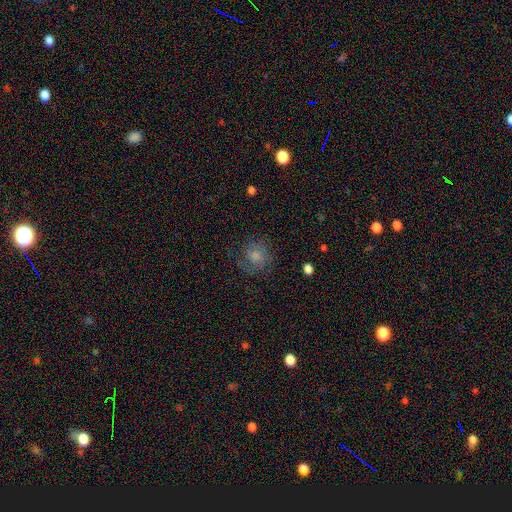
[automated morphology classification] type=featured or disk (42%); merging=none (76%).